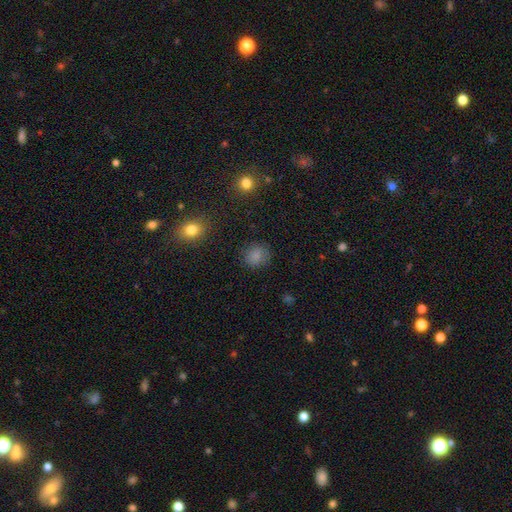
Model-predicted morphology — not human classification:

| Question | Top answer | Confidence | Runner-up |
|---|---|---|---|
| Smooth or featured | smooth | 84% | star or artifact (12%) |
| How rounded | round | 75% | in between (24%) |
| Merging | none | 84% | minor disturbance (11%) |